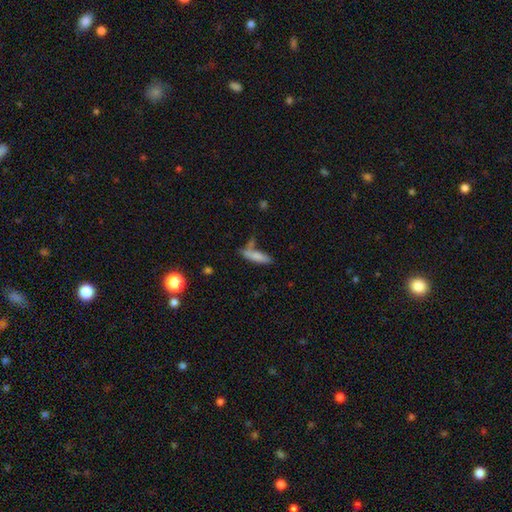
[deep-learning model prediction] smooth 75%, featured or disk 16%, star or artifact 8%. Down the decision tree: how rounded — cigar-shaped (66%); merging — none (49%).